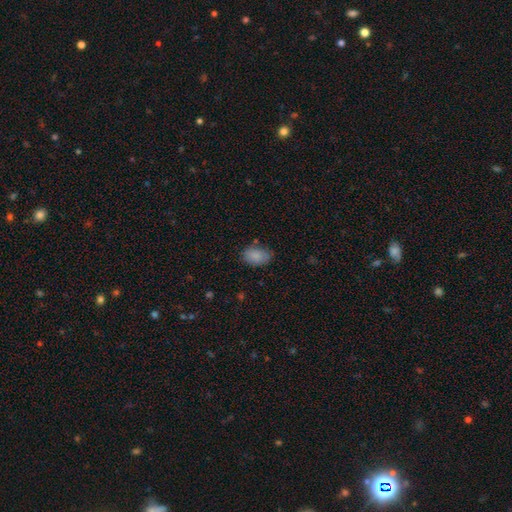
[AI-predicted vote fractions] smooth 87%, star or artifact 8%, featured or disk 5%. Down the decision tree: how rounded — in between (88%); merging — none (76%).